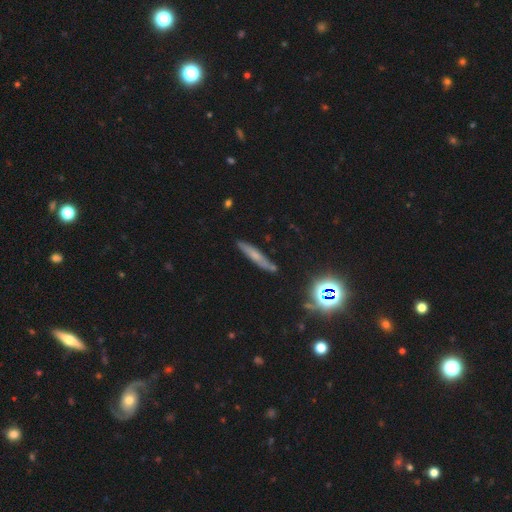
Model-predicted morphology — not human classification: A smooth galaxy with no disk features (46%). Merging: none (80%).